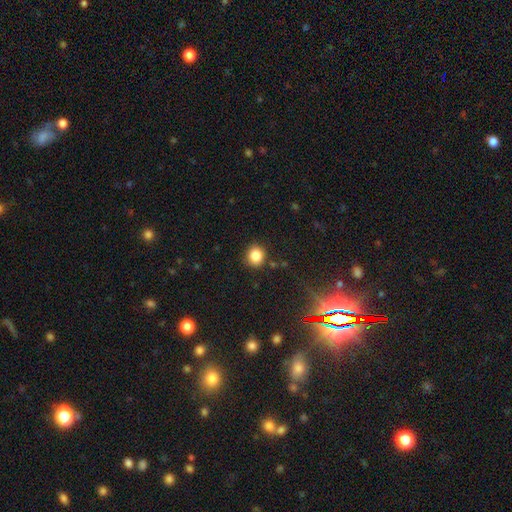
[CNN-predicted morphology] smooth-or-featured: smooth: 84% | star or artifact: 12% | featured or disk: 5%
  how-rounded: round: 85% | in between: 15% | cigar-shaped: 1%
  merging: none: 88% | minor disturbance: 8% | major disturbance: 2% | merger: 2%